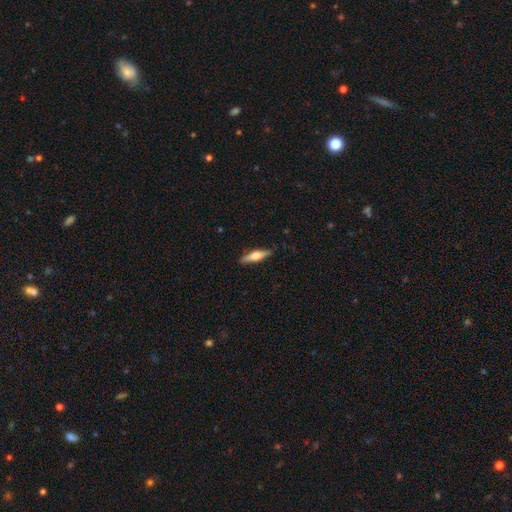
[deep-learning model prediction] Overall: featured or disk (54%; smooth 41%). Edge-on disk: yes (96%). Edge-on bulge: rounded (90%). Merging: none (88%).